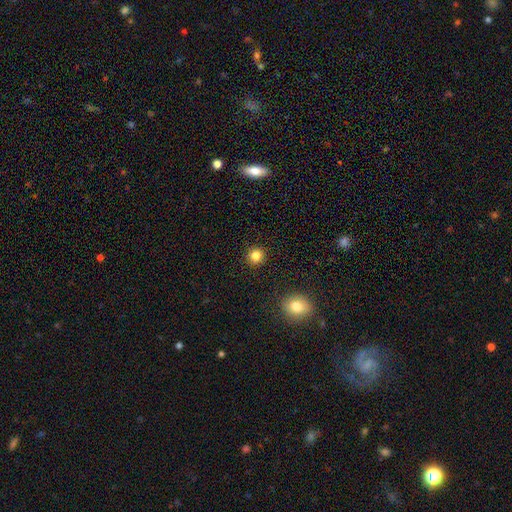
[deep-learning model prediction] This appears to be a smooth galaxy with no disk features (82%) that is round (94%). Merging: none (92%).